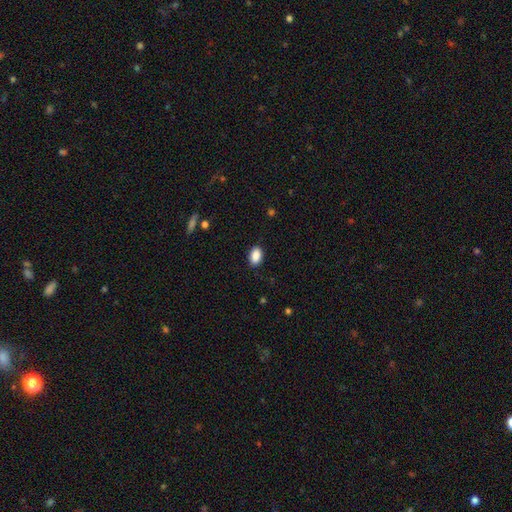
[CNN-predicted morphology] smooth_or_featured: smooth (p=0.89) [alt: star or artifact p=0.08]
how_rounded: in between (p=0.89) [alt: round p=0.09]
merging: none (p=0.87) [alt: minor disturbance p=0.09]